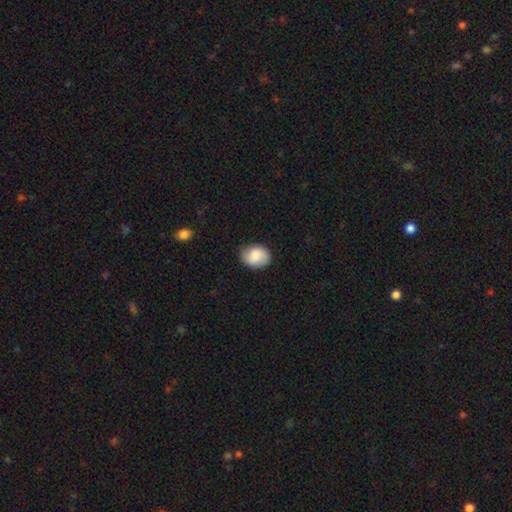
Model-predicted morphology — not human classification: Smooth or featured: smooth — 78% (featured or disk — 15%)
How rounded: in between — 62% (round — 37%)
Merging: none — 76% (minor disturbance — 19%)